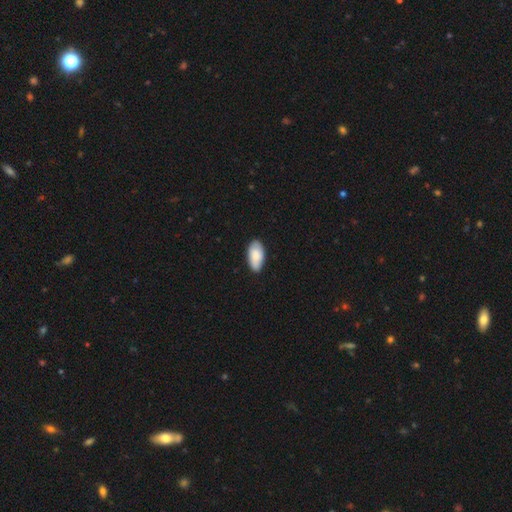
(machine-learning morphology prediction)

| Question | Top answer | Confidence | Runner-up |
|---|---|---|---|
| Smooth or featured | smooth | 85% | featured or disk (9%) |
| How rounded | in between | 95% | cigar-shaped (3%) |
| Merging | none | 84% | minor disturbance (13%) |